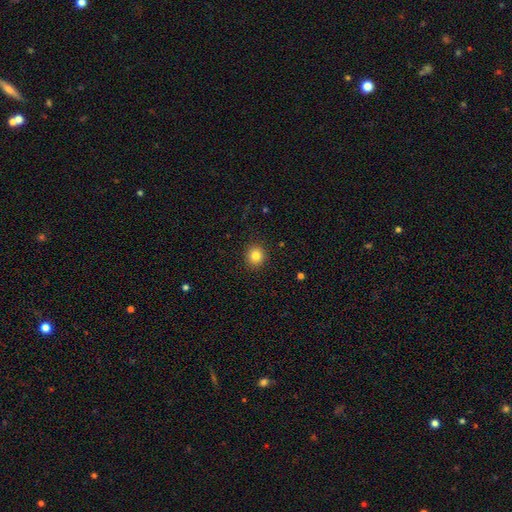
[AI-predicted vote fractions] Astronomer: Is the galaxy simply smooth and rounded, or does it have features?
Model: smooth — 83%.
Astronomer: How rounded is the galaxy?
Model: round — 90%.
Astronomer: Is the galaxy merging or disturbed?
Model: none — 91%.